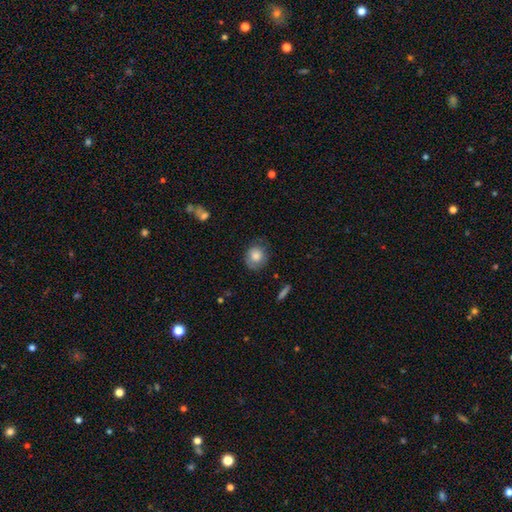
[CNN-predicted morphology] type=smooth (76%); roundness=round (72%); merging=none (66%).